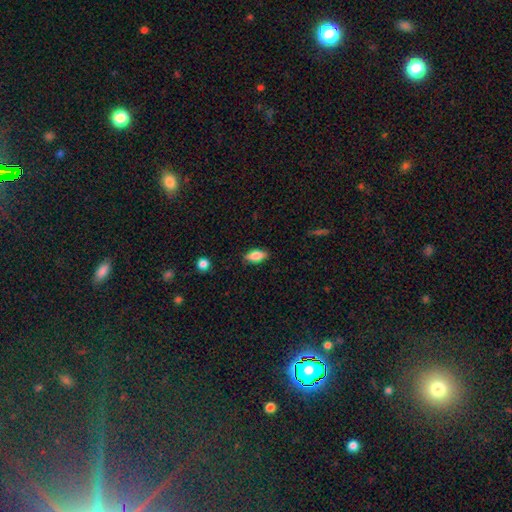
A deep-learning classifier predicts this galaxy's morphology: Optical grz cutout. It shows a smooth galaxy with no disk features (77%) that is in between round and cigar-shaped (86%). Merging: none (83%).